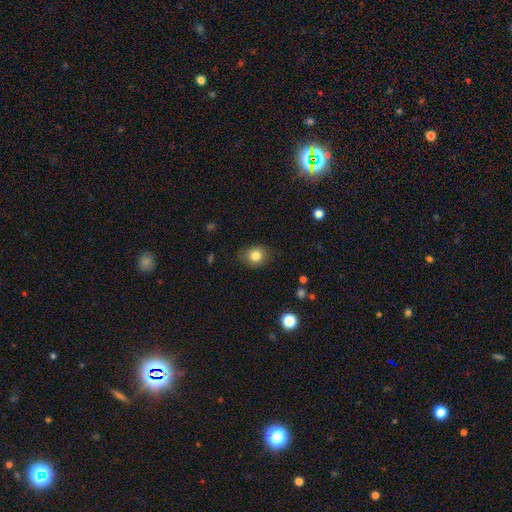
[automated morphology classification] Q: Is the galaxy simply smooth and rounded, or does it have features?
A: smooth — 82%.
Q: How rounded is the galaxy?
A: round — 71%.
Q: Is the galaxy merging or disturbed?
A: none — 81%.